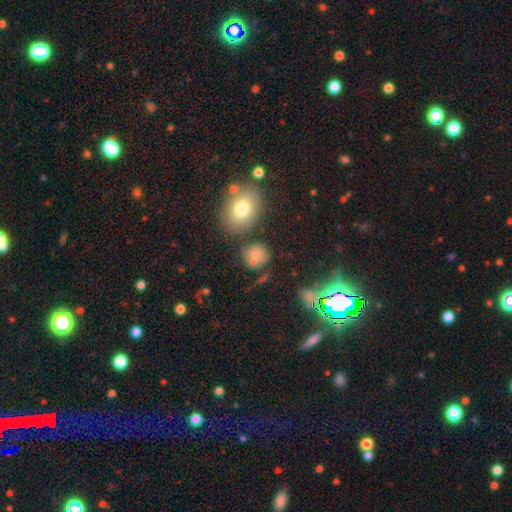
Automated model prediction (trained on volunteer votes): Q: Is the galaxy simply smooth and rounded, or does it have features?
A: smooth — 68%.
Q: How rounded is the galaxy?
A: round — 80%.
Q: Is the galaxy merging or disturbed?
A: none — 60%.